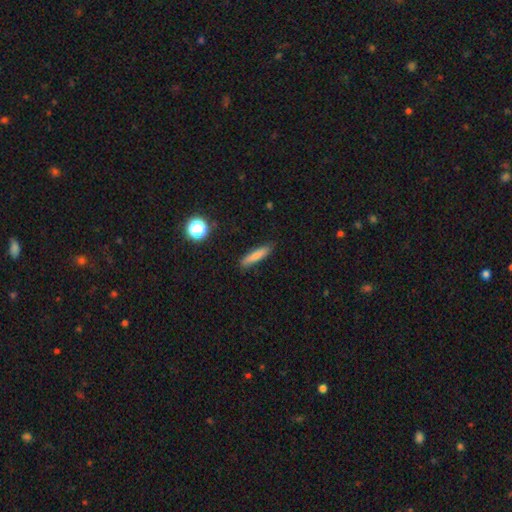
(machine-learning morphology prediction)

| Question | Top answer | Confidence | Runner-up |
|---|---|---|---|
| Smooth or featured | smooth | 78% | featured or disk (13%) |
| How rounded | cigar-shaped | 84% | in between (14%) |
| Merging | none | 87% | minor disturbance (10%) |